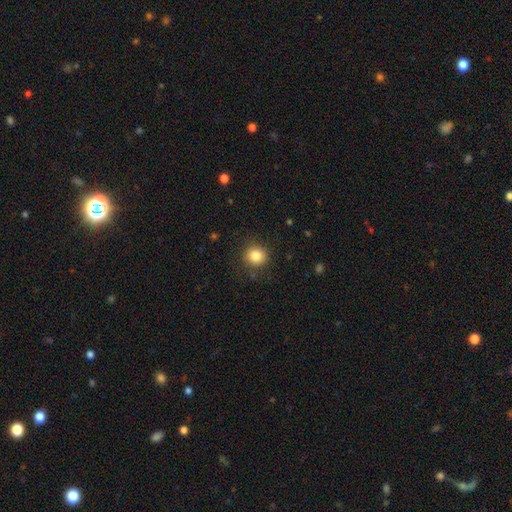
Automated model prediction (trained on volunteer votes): smooth 84%, star or artifact 11%, featured or disk 5%. Down the decision tree: how rounded — round (88%); merging — none (88%).